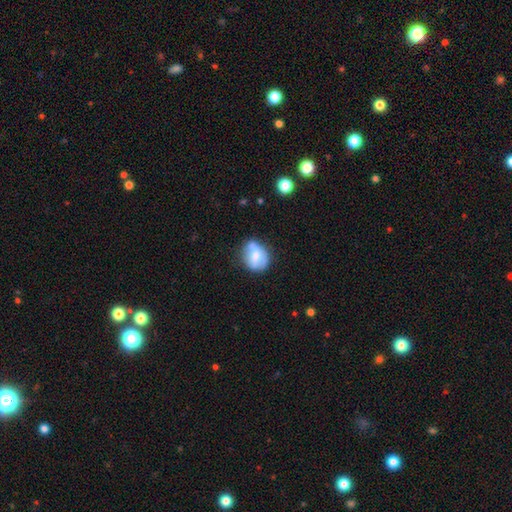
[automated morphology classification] This is possibly a smooth galaxy (58%). How rounded: possibly round (57%). Merging: possibly none (49%).